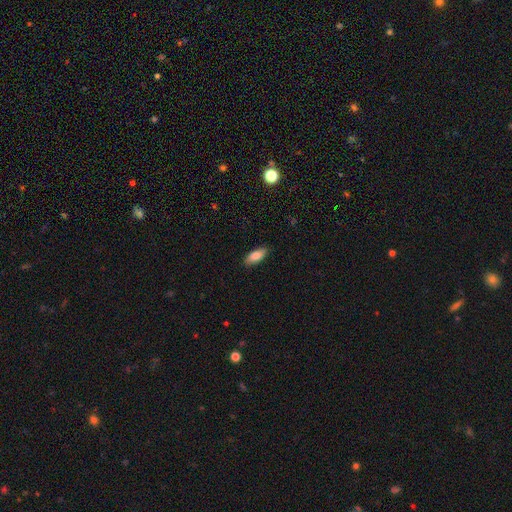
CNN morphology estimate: Smooth or featured? Predicted: smooth (p=0.83). How rounded? Predicted: in between (p=0.78). Merging? Predicted: none (p=0.88).